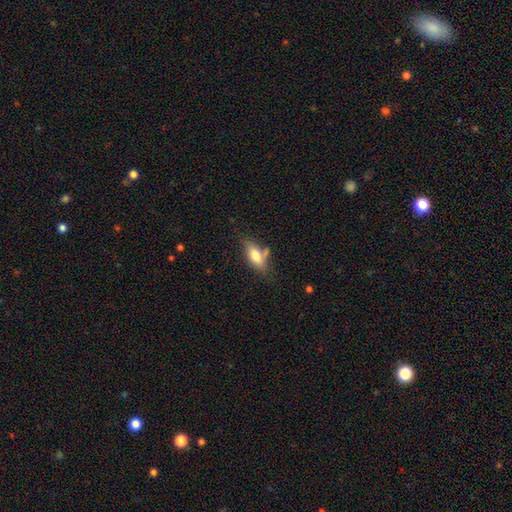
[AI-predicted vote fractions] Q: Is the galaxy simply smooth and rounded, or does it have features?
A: smooth — 72%.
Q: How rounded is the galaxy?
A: in between — 79%.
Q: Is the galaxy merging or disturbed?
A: none — 60%.